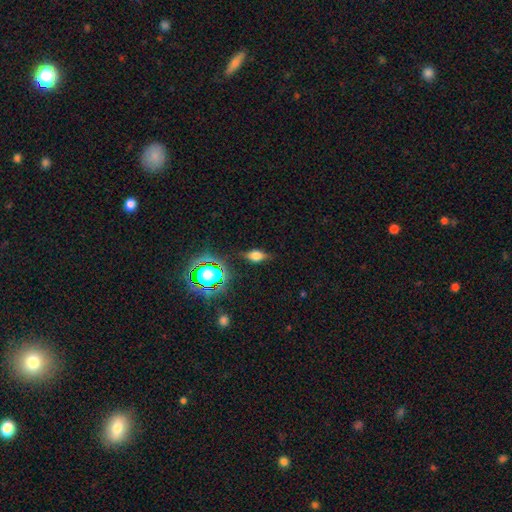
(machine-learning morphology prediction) Smooth or featured? smooth (56%)
How rounded? in between (76%)
Merging? none (76%)